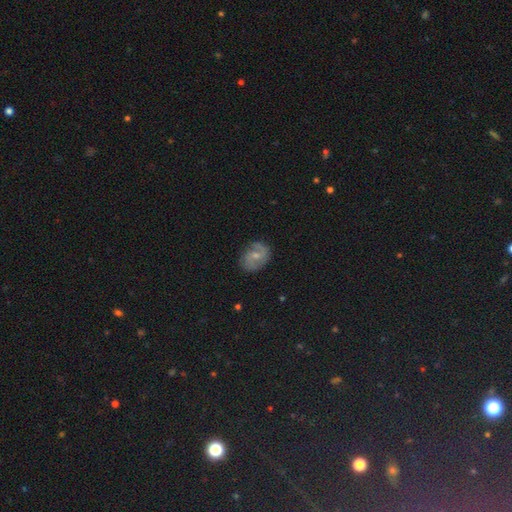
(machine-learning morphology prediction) Overall: featured or disk (66%). Edge-on disk: no (97%). Bar: weak (48%; no 43%). Spiral arms: yes (89%). Spiral arm count: 2 (73%). Spiral winding: medium (46%; loose 28%). Bulge size: small (58%; moderate 35%). Merging: none (73%).